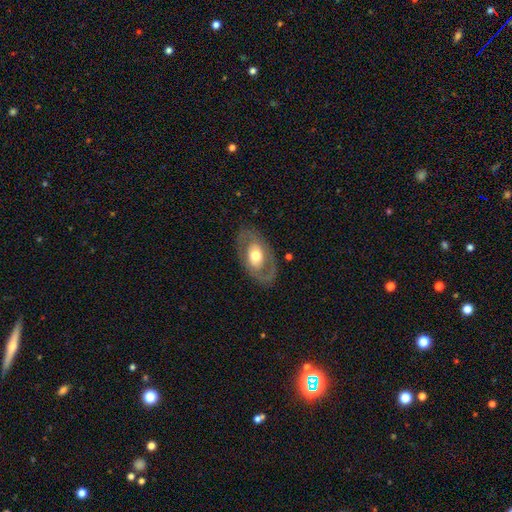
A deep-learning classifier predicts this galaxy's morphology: smooth-or-featured: featured or disk: 64% | smooth: 30% | star or artifact: 5%
  disk-edge-on: no: 93% | yes: 7%
    bar: no: 72% | weak: 20% | strong: 8%
    has-spiral-arms: no: 51% | yes: 49%
    bulge-size: moderate: 65% | large: 24% | small: 9% | dominant: 2% | none: 1%
  merging: none: 79% | minor disturbance: 13% | major disturbance: 7% | merger: 1%